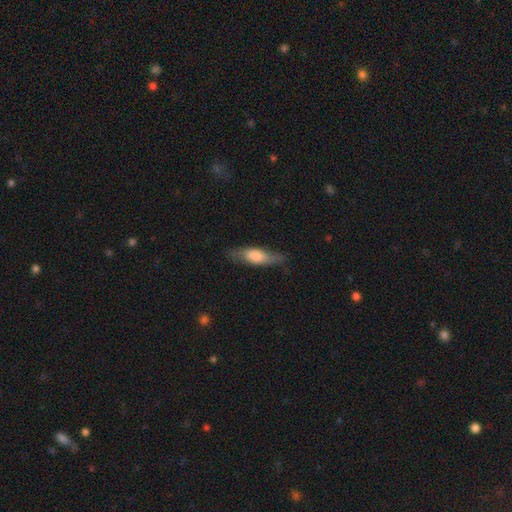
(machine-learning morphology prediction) The model was most divided on "how rounded": cigar-shaped: 53%, in between: 44%, round: 3%. More confident: merging — none (77%); smooth or featured — smooth (57%).